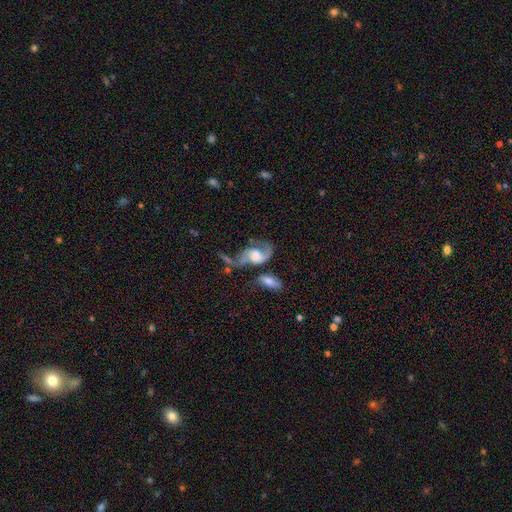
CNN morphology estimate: Smooth or featured?
  - featured or disk: 75% *
  - smooth: 18%
  - star or artifact: 7%
Edge-on disk?
  - no: 96% *
  - yes: 4%
Bar?
  - no: 57% *
  - weak: 35%
  - strong: 8%
Spiral arms?
  - yes: 89% *
  - no: 11%
Spiral winding?
  - loose: 50% *
  - medium: 38%
  - tight: 11%
Spiral arm count?
  - 2: 77% *
  - 1: 15%
  - can't tell: 6%
  - 3: 1%
  - 4: 1%
  - more than 4: 1%
Bulge size?
  - moderate: 36% *
  - large: 35%
  - small: 14%
  - none: 11%
  - dominant: 4%
Merging?
  - none: 30% *
  - major disturbance: 28%
  - merger: 24%
  - minor disturbance: 18%